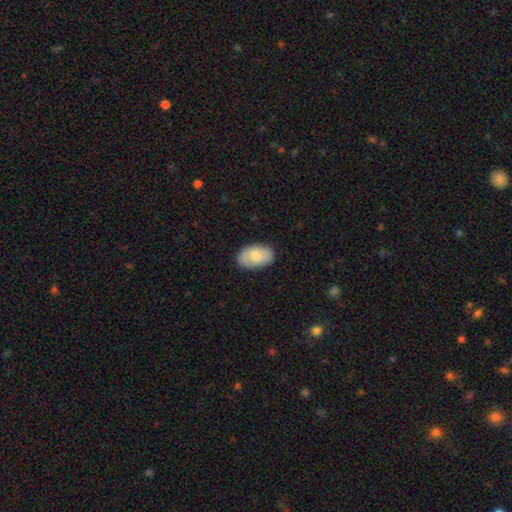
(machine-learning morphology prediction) Smooth or featured? Predicted: smooth (p=0.79). How rounded? Predicted: in between (p=0.93). Merging? Predicted: none (p=0.83).